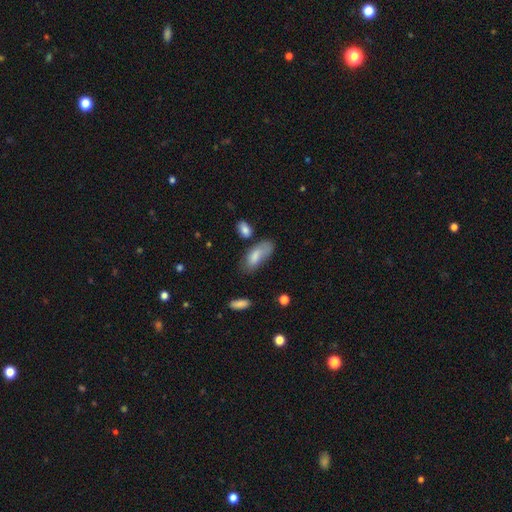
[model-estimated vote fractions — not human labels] Smooth or featured? smooth (76%)
How rounded? in between (85%)
Merging? none (46%)